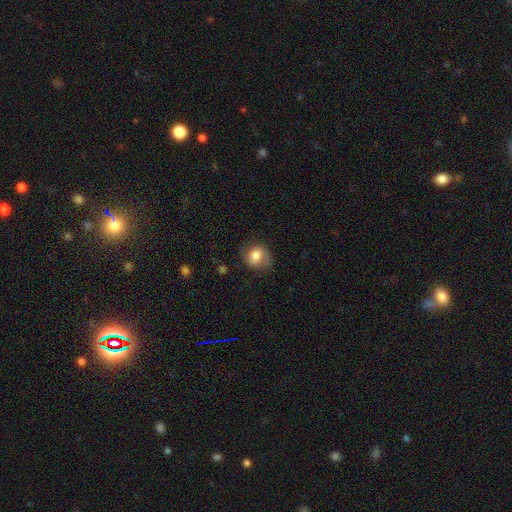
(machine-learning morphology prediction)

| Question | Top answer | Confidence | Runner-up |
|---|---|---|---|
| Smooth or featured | smooth | 72% | featured or disk (19%) |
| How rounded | round | 62% | in between (37%) |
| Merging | none | 63% | minor disturbance (24%) |